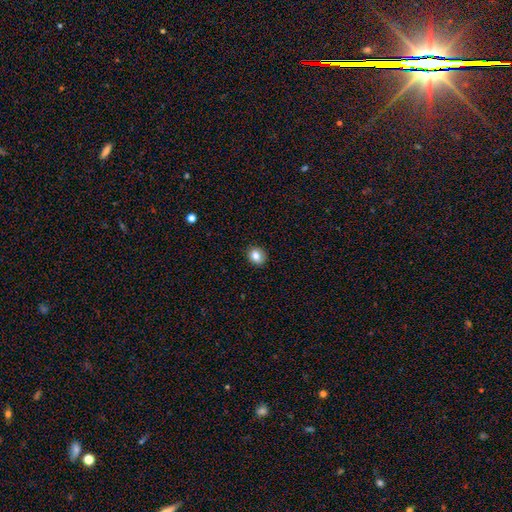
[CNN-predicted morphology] smooth-or-featured: smooth: 82% | star or artifact: 10% | featured or disk: 8%
  how-rounded: round: 68% | in between: 31% | cigar-shaped: 1%
  merging: none: 88% | minor disturbance: 9% | major disturbance: 2% | merger: 1%